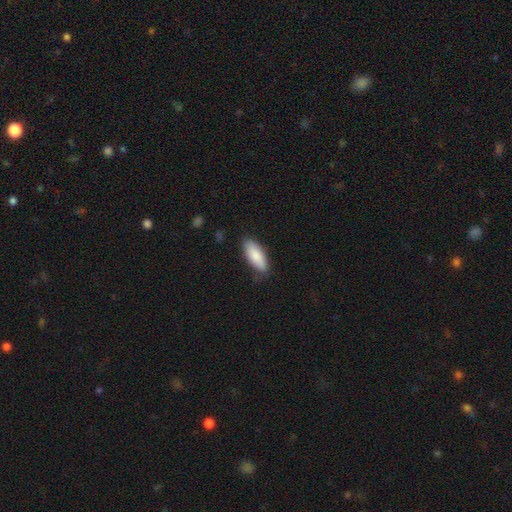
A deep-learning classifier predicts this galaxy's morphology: smooth-or-featured: smooth: 86% | featured or disk: 8% | star or artifact: 6%
  how-rounded: in between: 76% | cigar-shaped: 22% | round: 2%
  merging: none: 78% | minor disturbance: 18% | major disturbance: 3% | merger: 1%